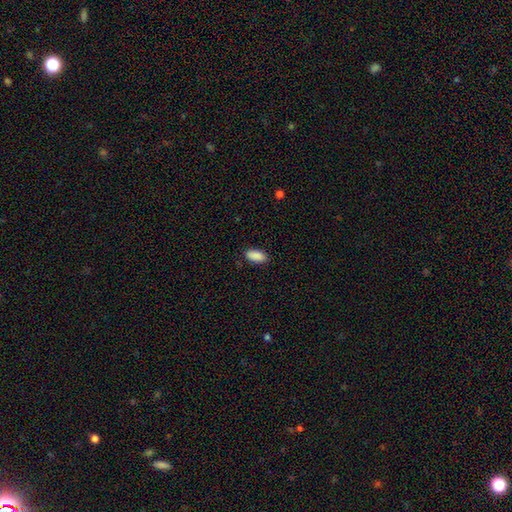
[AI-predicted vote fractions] Smooth or featured? smooth (90%)
How rounded? in between (91%)
Merging? none (88%)